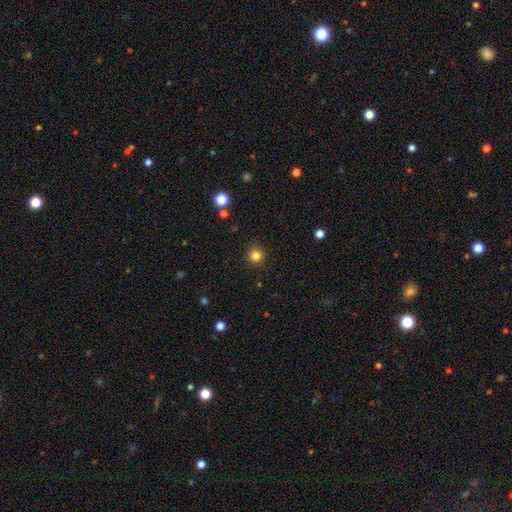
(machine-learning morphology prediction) This is clearly a smooth galaxy (84%). How rounded: clearly round (94%). Merging: clearly none (90%).